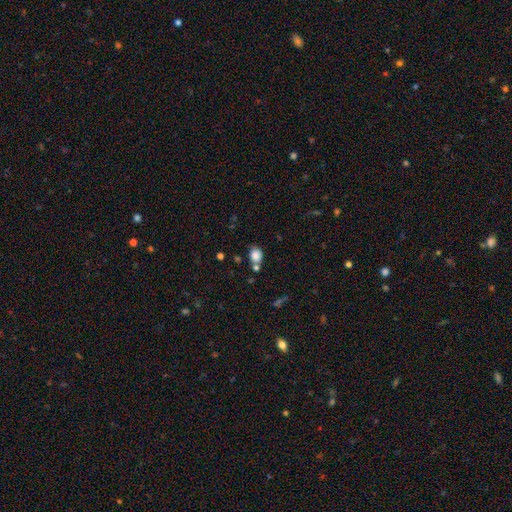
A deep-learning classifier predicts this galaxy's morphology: This is clearly a smooth galaxy (84%). How rounded: possibly round (54%). Merging: possibly none (60%).